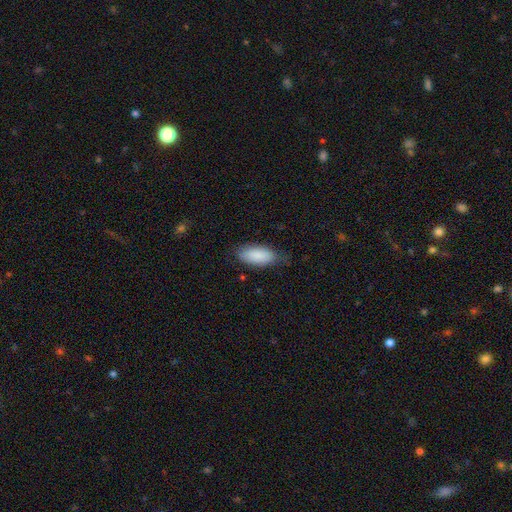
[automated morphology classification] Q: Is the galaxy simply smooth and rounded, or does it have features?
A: smooth — 88%.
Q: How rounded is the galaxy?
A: in between — 87%.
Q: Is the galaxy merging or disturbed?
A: none — 69%.